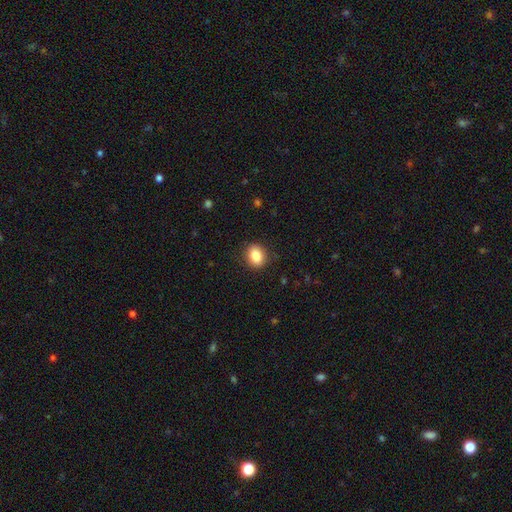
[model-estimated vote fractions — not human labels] smooth-or-featured: smooth: 87% | star or artifact: 8% | featured or disk: 5%
  how-rounded: in between: 60% | round: 39% | cigar-shaped: 1%
  merging: none: 87% | minor disturbance: 9% | major disturbance: 3% | merger: 1%